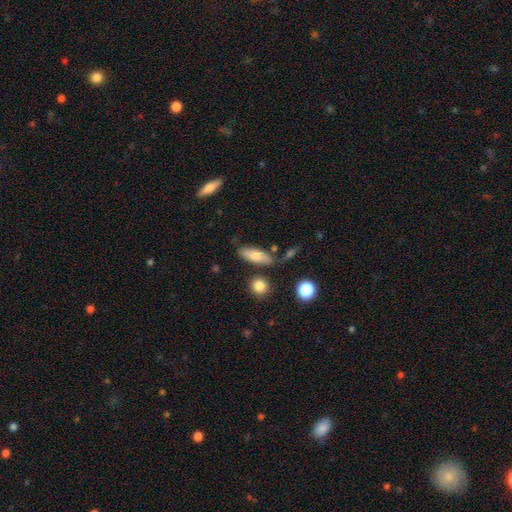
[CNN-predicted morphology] smooth_or_featured: smooth (p=0.74) [alt: featured or disk p=0.19]
how_rounded: in between (p=0.63) [alt: cigar-shaped p=0.33]
merging: none (p=0.73) [alt: minor disturbance p=0.15]